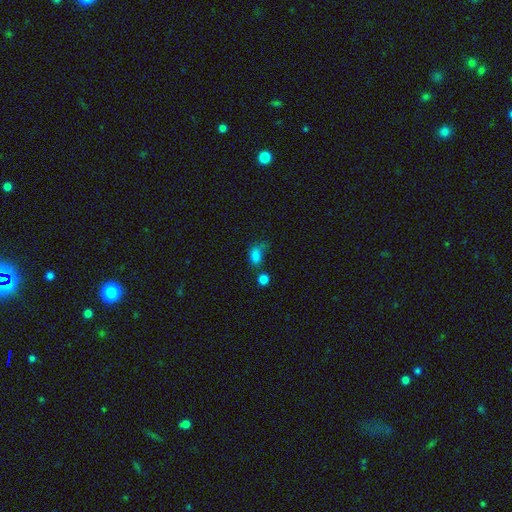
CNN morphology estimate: A smooth galaxy with no disk features (79%) that is in between round and cigar-shaped (69%). Merging: none (39%).